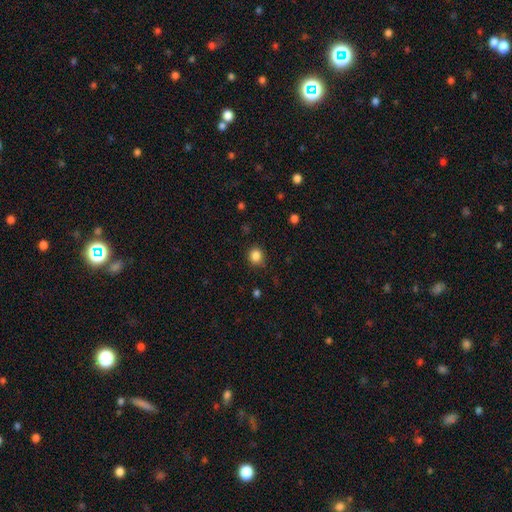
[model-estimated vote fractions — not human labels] This is clearly a smooth galaxy (85%). How rounded: clearly round (84%). Merging: clearly none (87%).